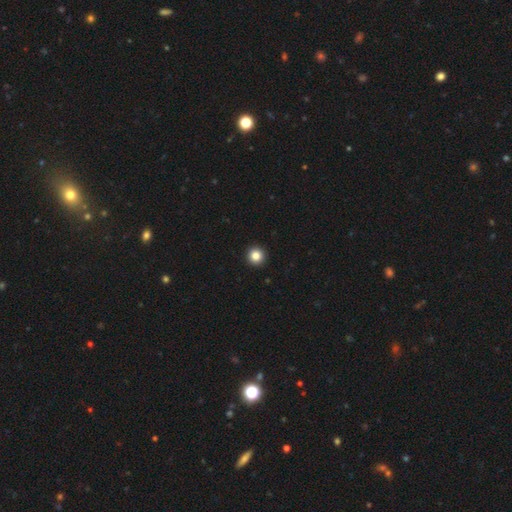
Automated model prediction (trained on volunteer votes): smooth-or-featured: smooth: 84% | star or artifact: 11% | featured or disk: 5%
  how-rounded: round: 96% | in between: 3% | cigar-shaped: 1%
  merging: none: 94% | minor disturbance: 3% | major disturbance: 1% | merger: 1%